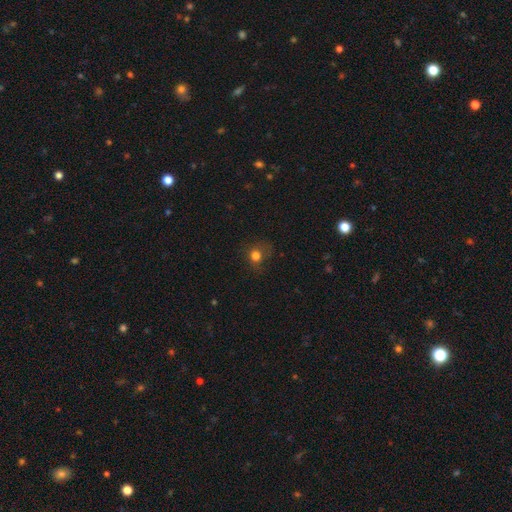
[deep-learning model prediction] Smooth or featured?
  - smooth: 73% *
  - star or artifact: 17%
  - featured or disk: 10%
How rounded?
  - round: 78% *
  - in between: 21%
  - cigar-shaped: 1%
Merging?
  - none: 61% *
  - minor disturbance: 21%
  - major disturbance: 16%
  - merger: 2%